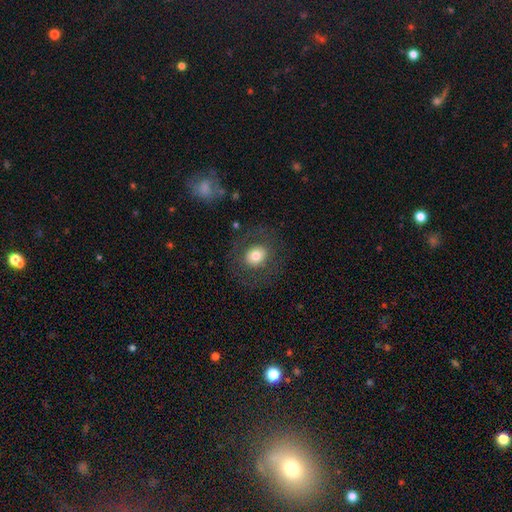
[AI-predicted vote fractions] A smooth galaxy with no disk features (69%) that is round (68%).

Vote fractions:
- Smooth or featured? smooth: 69% / featured or disk: 22% / star or artifact: 9%
- How rounded? round: 68% / in between: 31% / cigar-shaped: 1%
- Merging? none: 79% / minor disturbance: 11% / major disturbance: 9% / merger: 1%